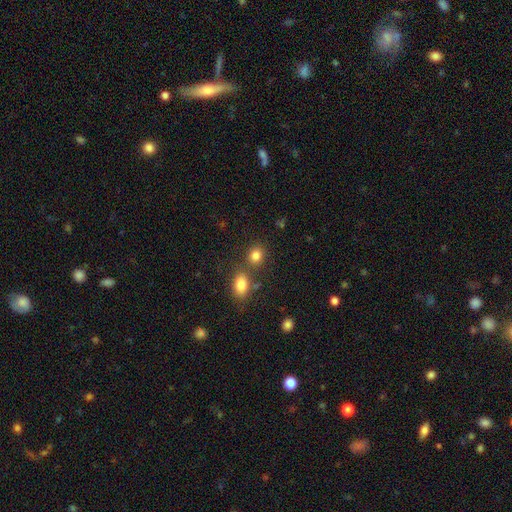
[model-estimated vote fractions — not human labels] Smooth or featured: smooth — 83% (star or artifact — 11%)
How rounded: round — 62% (in between — 37%)
Merging: none — 67% (merger — 21%)